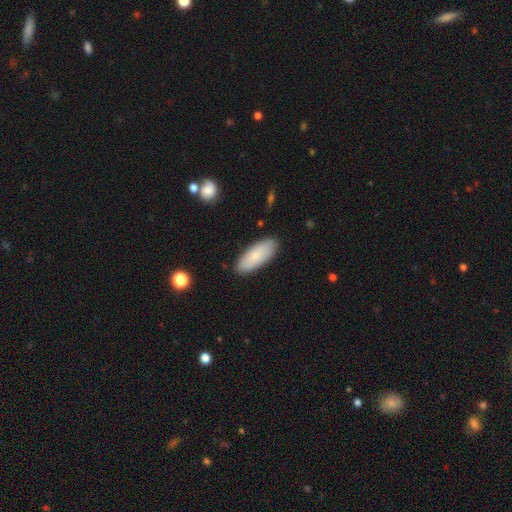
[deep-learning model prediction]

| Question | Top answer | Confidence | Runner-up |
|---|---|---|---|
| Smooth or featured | smooth | 80% | featured or disk (14%) |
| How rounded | in between | 78% | cigar-shaped (20%) |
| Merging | none | 87% | minor disturbance (9%) |